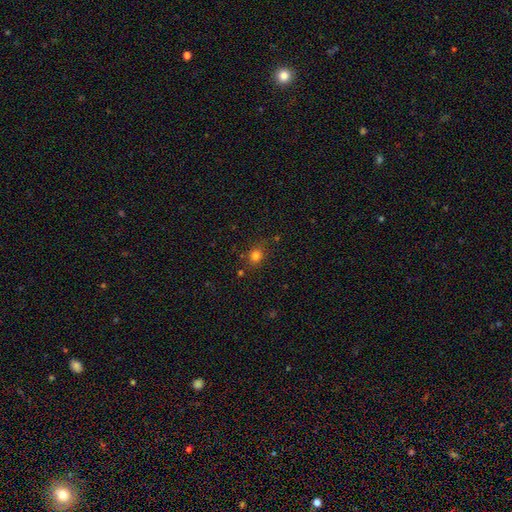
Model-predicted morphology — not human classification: smooth_or_featured: smooth (p=0.77) [alt: star or artifact p=0.16]
how_rounded: round (p=0.72) [alt: in between p=0.27]
merging: none (p=0.78) [alt: minor disturbance p=0.13]